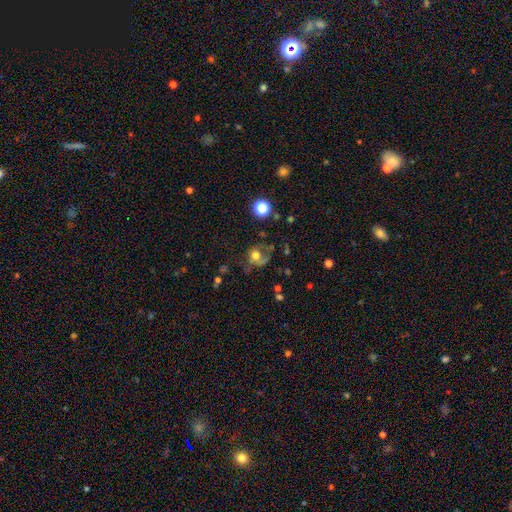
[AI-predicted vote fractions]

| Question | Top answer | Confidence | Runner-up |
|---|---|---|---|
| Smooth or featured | smooth | 53% | featured or disk (33%) |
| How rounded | round | 71% | in between (28%) |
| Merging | none | 38% | major disturbance (36%) |